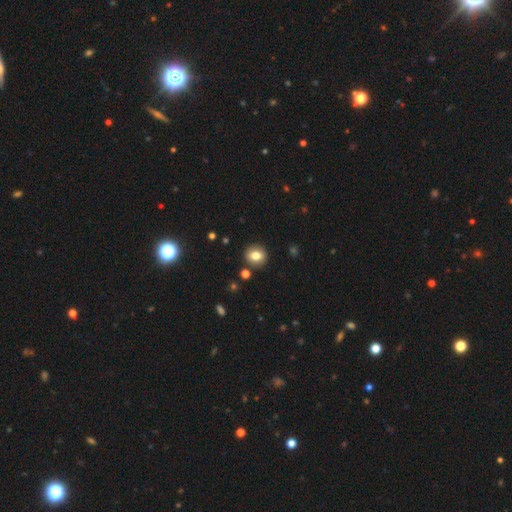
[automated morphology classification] smooth-or-featured: smooth: 76% | featured or disk: 14% | star or artifact: 10%
  how-rounded: round: 75% | in between: 24% | cigar-shaped: 1%
  merging: none: 87% | minor disturbance: 8% | merger: 3% | major disturbance: 2%